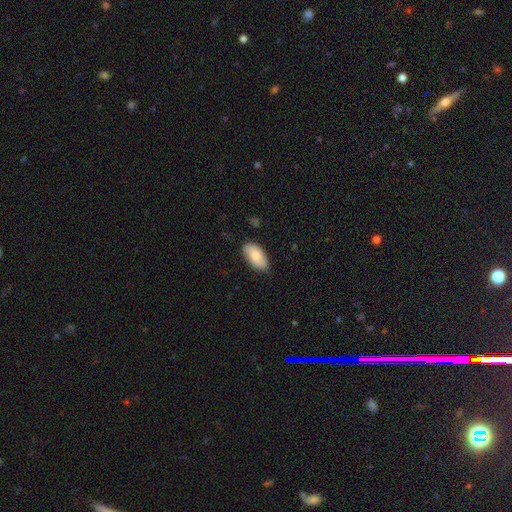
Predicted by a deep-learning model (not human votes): This is likely a smooth galaxy (78%). How rounded: clearly in between (94%). Merging: clearly none (81%).